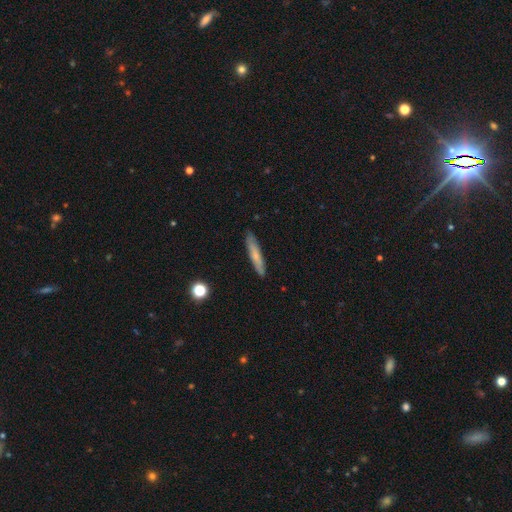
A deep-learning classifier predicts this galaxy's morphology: Overall: smooth (64%; featured or disk 29%). How rounded: cigar-shaped (90%). Merging: none (85%).